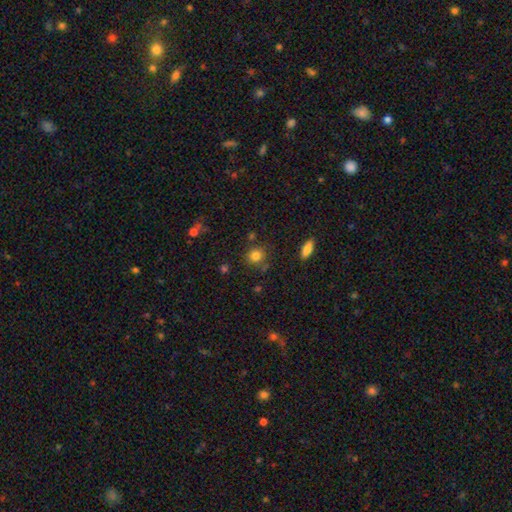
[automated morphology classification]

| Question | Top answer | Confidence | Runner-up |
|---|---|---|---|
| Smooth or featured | smooth | 81% | star or artifact (12%) |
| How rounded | round | 84% | in between (14%) |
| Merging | none | 80% | minor disturbance (11%) |